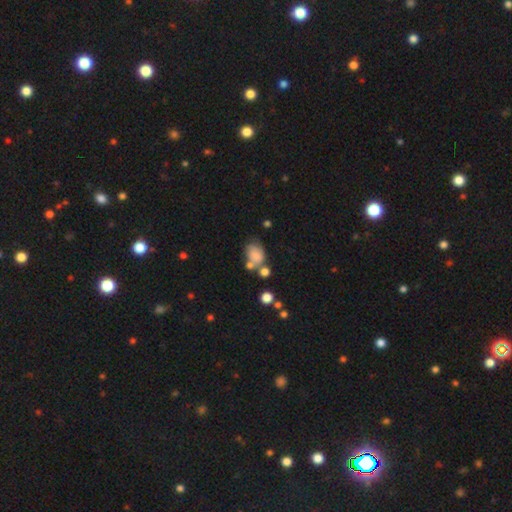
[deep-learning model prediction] Smooth or featured?
  - smooth: 72% *
  - featured or disk: 18%
  - star or artifact: 11%
How rounded?
  - in between: 67% *
  - round: 31%
  - cigar-shaped: 1%
Merging?
  - none: 36% *
  - merger: 27%
  - minor disturbance: 23%
  - major disturbance: 14%